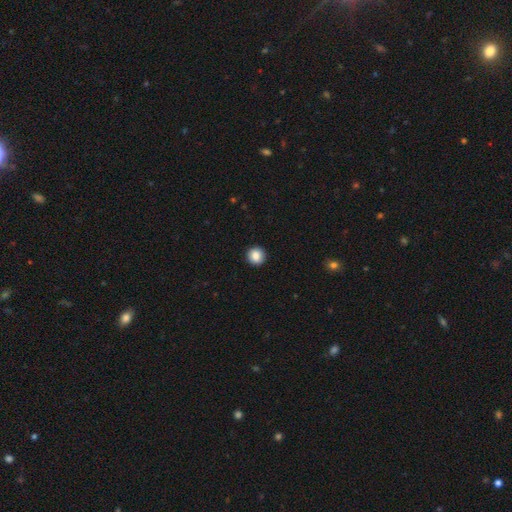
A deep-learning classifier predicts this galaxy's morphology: A smooth galaxy with no disk features (87%) that is round (93%). Merging: none (92%).